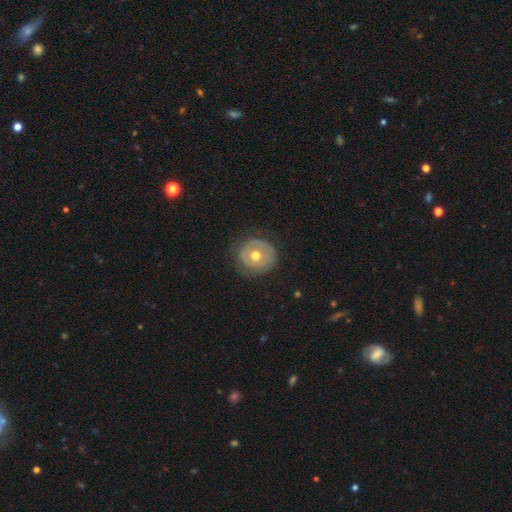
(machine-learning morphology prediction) A smooth galaxy with no disk features (48%). Merging: none (73%).